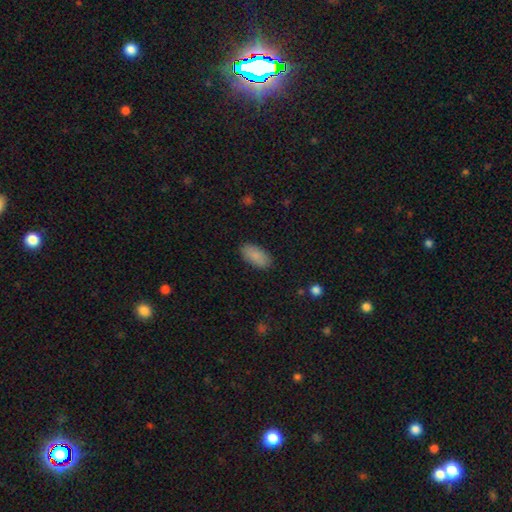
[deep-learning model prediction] smooth_or_featured: smooth (p=0.89) [alt: star or artifact p=0.06]
how_rounded: in between (p=0.93) [alt: cigar-shaped p=0.05]
merging: none (p=0.87) [alt: minor disturbance p=0.09]